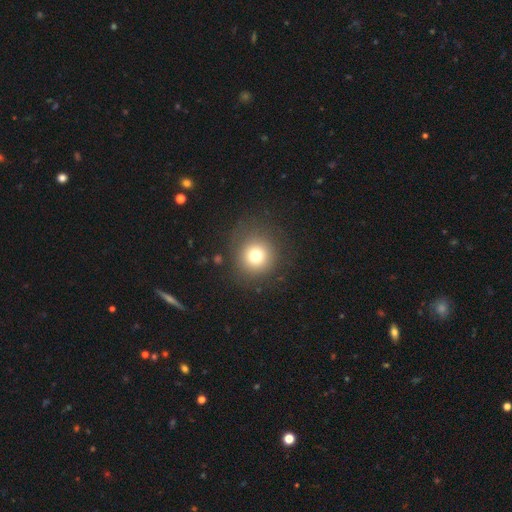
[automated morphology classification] Smooth or featured: smooth — 75% (star or artifact — 14%)
How rounded: round — 93% (in between — 6%)
Merging: none — 85% (minor disturbance — 9%)